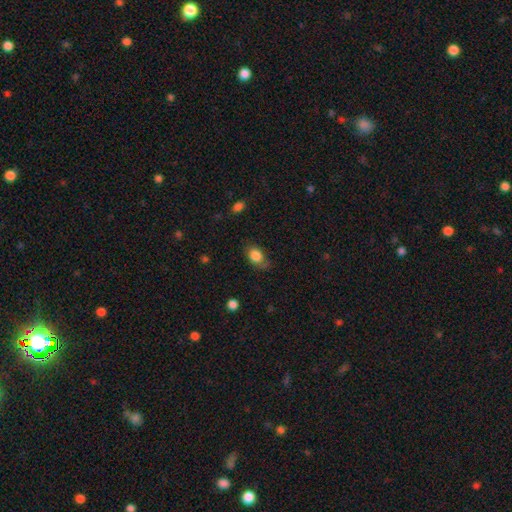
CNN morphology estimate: Smooth or featured?
  - smooth: 83% *
  - featured or disk: 9%
  - star or artifact: 8%
How rounded?
  - in between: 73% *
  - round: 25%
  - cigar-shaped: 2%
Merging?
  - none: 61% *
  - minor disturbance: 28%
  - major disturbance: 9%
  - merger: 2%